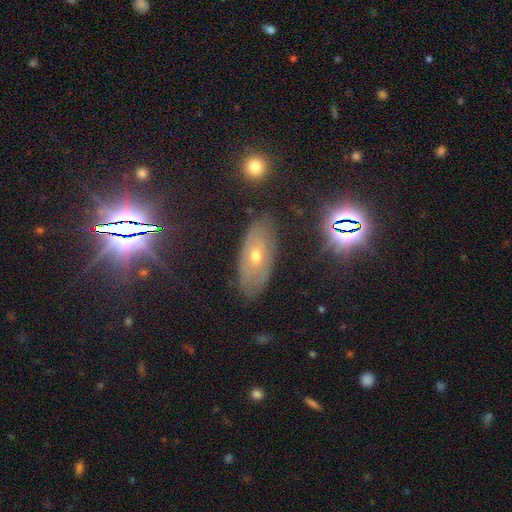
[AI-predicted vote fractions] The model was most divided on "smooth or featured": featured or disk: 50%, smooth: 28%, star or artifact: 23%. More confident: merging — none (82%).